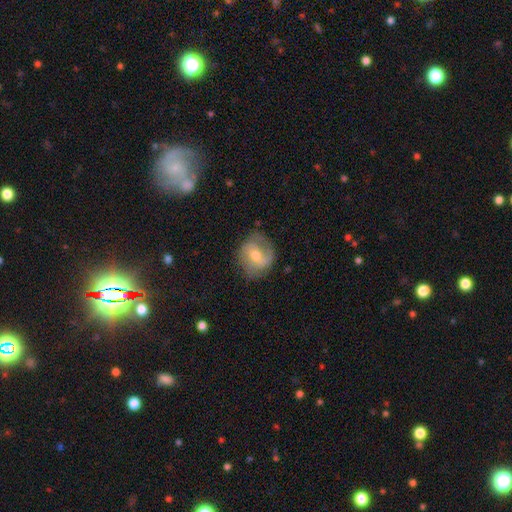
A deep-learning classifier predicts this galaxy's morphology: Smooth or featured?
  - featured or disk: 61% *
  - smooth: 33%
  - star or artifact: 7%
Edge-on disk?
  - no: 96% *
  - yes: 4%
Bar?
  - weak: 50% *
  - no: 33%
  - strong: 17%
Spiral arms?
  - yes: 81% *
  - no: 19%
Bulge size?
  - moderate: 67% *
  - small: 27%
  - large: 4%
  - none: 1%
  - dominant: 1%
Merging?
  - none: 65% *
  - minor disturbance: 23%
  - major disturbance: 10%
  - merger: 1%